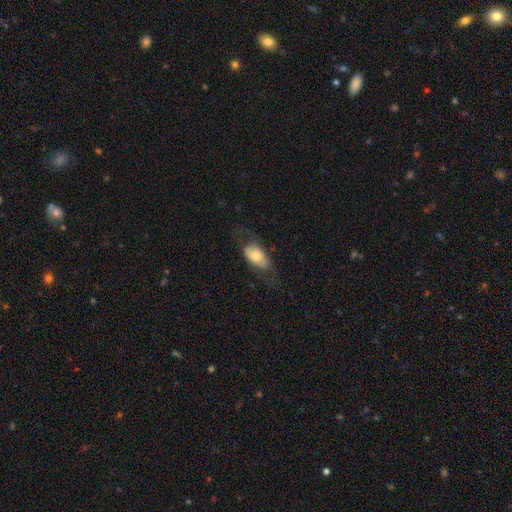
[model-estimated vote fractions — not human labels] Smooth or featured? smooth (57%)
How rounded? in between (90%)
Merging? none (57%)